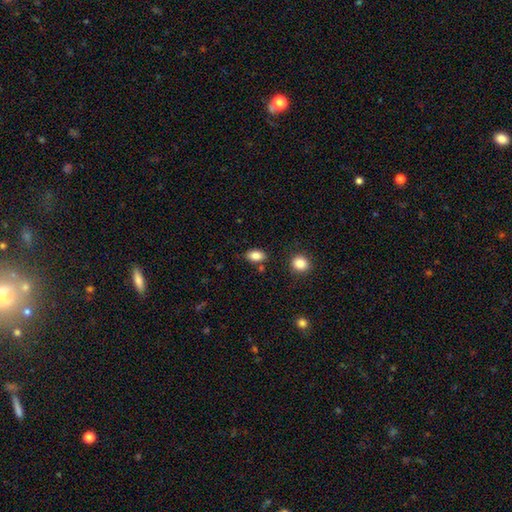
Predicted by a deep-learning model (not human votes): smooth_or_featured: smooth (p=0.86) [alt: star or artifact p=0.09]
how_rounded: in between (p=0.86) [alt: round p=0.12]
merging: none (p=0.81) [alt: minor disturbance p=0.11]